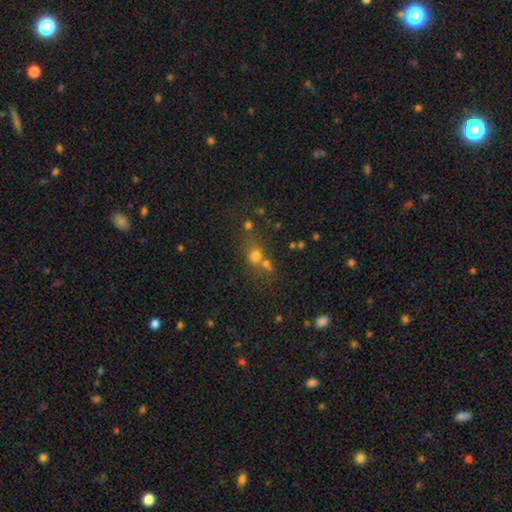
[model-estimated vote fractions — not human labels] Morphology: type=smooth (65%); roundness=round (75%); merging=none (52%).